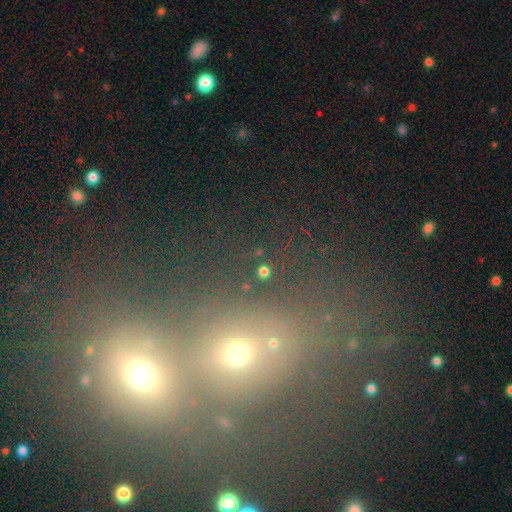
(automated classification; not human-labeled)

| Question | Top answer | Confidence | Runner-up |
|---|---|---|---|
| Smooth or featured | star or artifact | 44% | smooth (42%) |